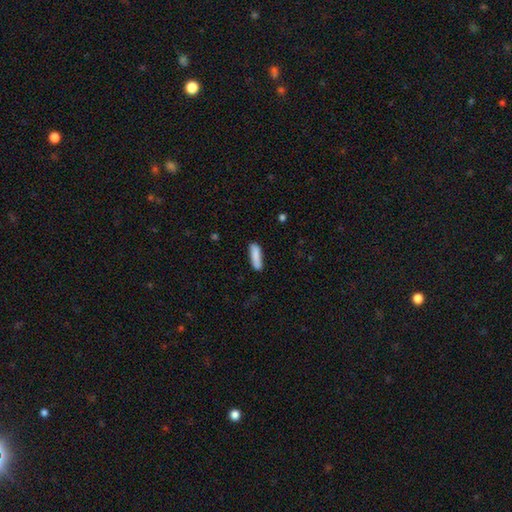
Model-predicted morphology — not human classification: Overall: smooth (86%). How rounded: cigar-shaped (65%; in between 33%). Merging: none (79%).